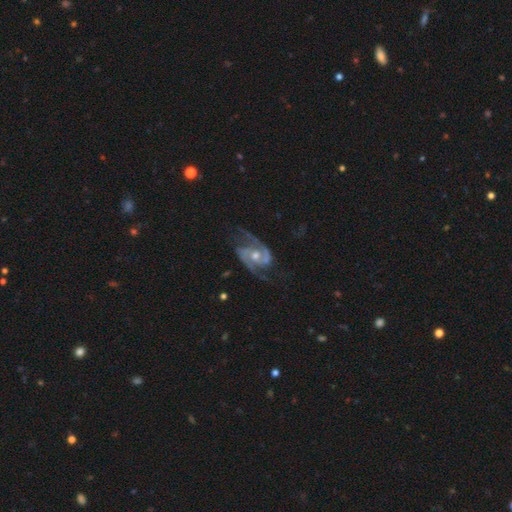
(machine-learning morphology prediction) Smooth or featured?
  - featured or disk: 92% *
  - star or artifact: 5%
  - smooth: 3%
Edge-on disk?
  - no: 97% *
  - yes: 3%
Bar?
  - no: 55% *
  - weak: 33%
  - strong: 12%
Spiral arms?
  - yes: 98% *
  - no: 2%
Spiral winding?
  - medium: 57% *
  - tight: 23%
  - loose: 20%
Spiral arm count?
  - 2: 89% *
  - 3: 4%
  - can't tell: 3%
  - 1: 2%
  - 4: 1%
  - more than 4: 1%
Bulge size?
  - moderate: 63% *
  - small: 31%
  - large: 3%
  - none: 1%
  - dominant: 1%
Merging?
  - none: 73% *
  - minor disturbance: 17%
  - major disturbance: 9%
  - merger: 2%